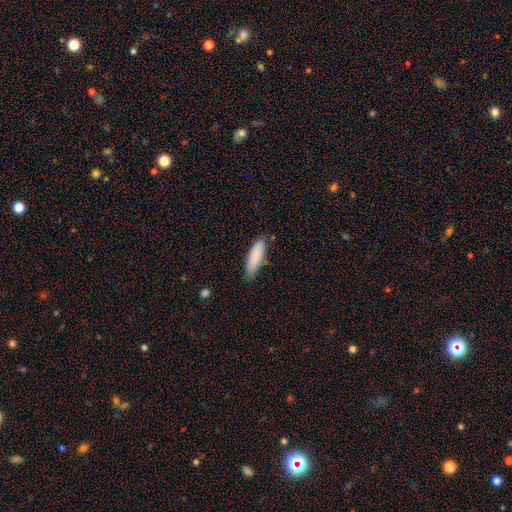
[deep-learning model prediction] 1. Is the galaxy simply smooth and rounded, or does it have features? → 87% smooth, 7% featured or disk, 6% star or artifact.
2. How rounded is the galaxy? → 52% cigar-shaped, 46% in between, 1% round.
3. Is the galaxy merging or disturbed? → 79% none, 16% minor disturbance, 3% major disturbance, 2% merger.